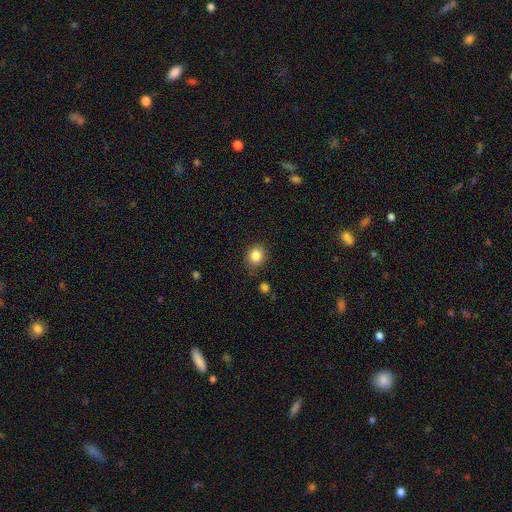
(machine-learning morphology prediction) Smooth or featured? smooth (84%)
How rounded? round (72%)
Merging? none (81%)